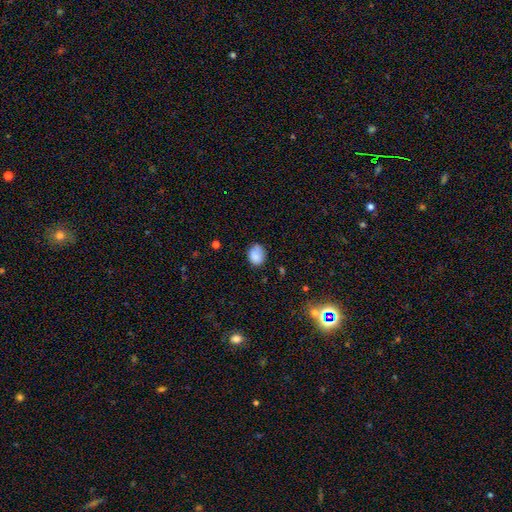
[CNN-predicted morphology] This appears to be a smooth galaxy with no disk features (83%) that is round (51%). Merging: none (62%).